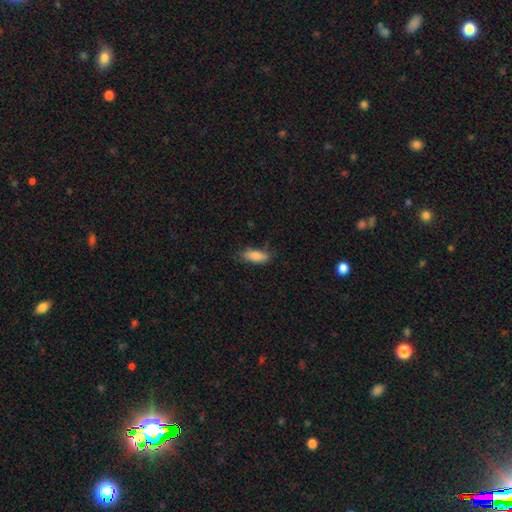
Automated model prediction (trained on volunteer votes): Smooth or featured? smooth (85%)
How rounded? in between (72%)
Merging? none (74%)